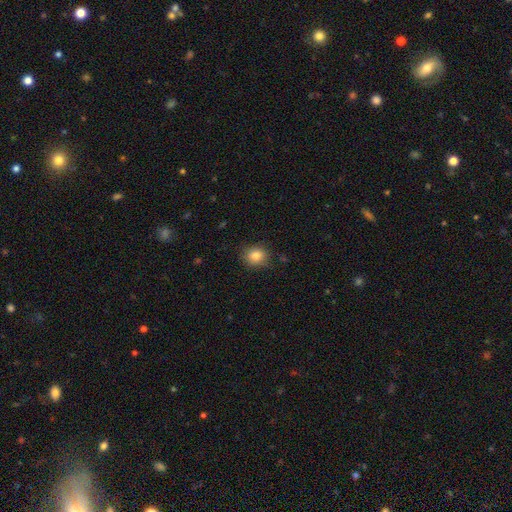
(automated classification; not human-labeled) A smooth galaxy with no disk features (84%) that is round (71%). Merging: none (82%).